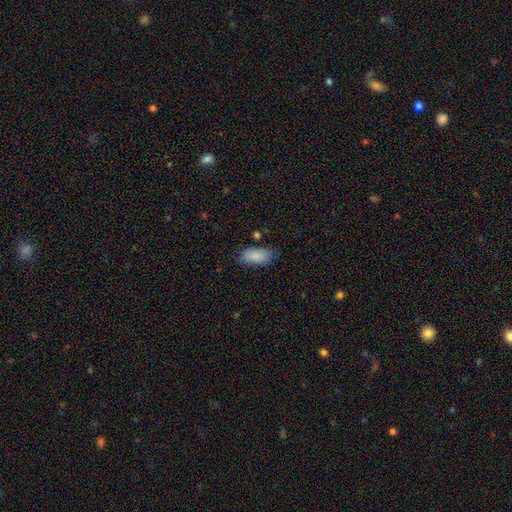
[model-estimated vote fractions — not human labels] The model was most divided on "merging": none: 73%, minor disturbance: 20%, major disturbance: 5%, merger: 2%. More confident: how rounded — in between (92%); smooth or featured — smooth (87%).